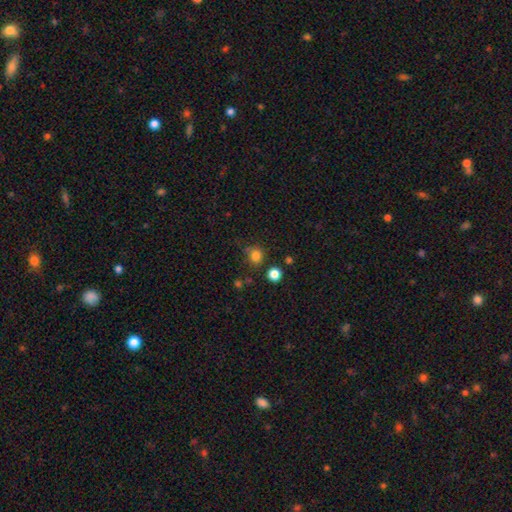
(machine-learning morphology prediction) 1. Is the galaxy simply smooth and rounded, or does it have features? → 80% smooth, 15% star or artifact, 5% featured or disk.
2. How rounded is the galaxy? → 81% round, 18% in between, 1% cigar-shaped.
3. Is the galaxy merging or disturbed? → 72% none, 16% minor disturbance, 7% merger, 5% major disturbance.